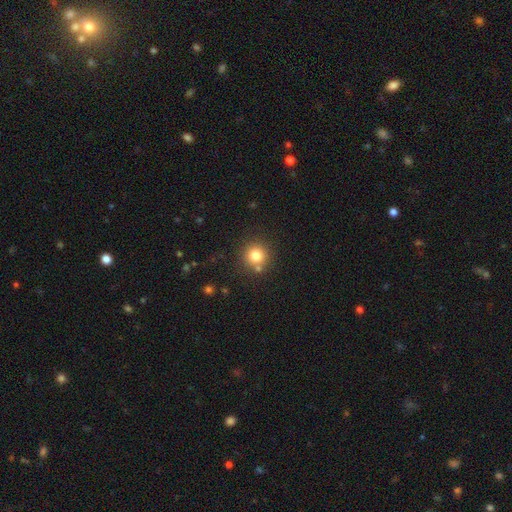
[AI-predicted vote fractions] Smooth or featured? Predicted: smooth (p=0.79). How rounded? Predicted: round (p=0.94). Merging? Predicted: none (p=0.79).